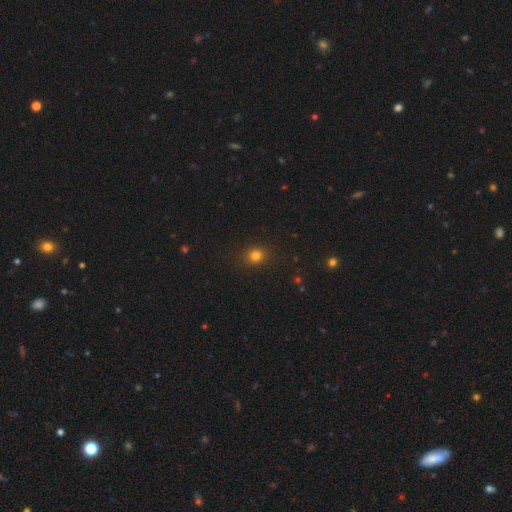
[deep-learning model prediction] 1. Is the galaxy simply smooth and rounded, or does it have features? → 80% smooth, 15% star or artifact, 5% featured or disk.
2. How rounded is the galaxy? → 75% round, 24% in between, 1% cigar-shaped.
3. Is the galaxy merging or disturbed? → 89% none, 7% minor disturbance, 2% major disturbance, 1% merger.